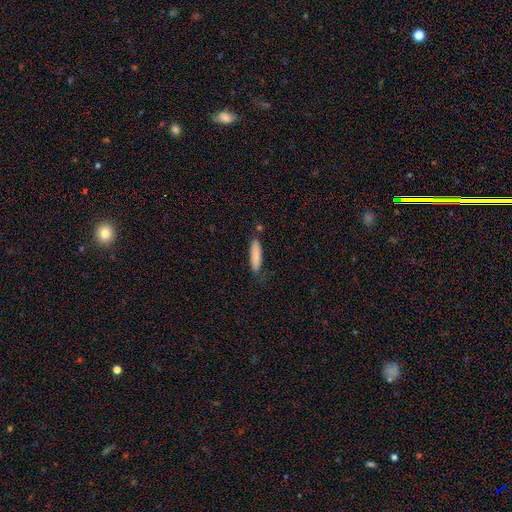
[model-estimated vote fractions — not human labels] Smooth or featured: smooth — 84% (featured or disk — 10%)
How rounded: cigar-shaped — 74% (in between — 25%)
Merging: none — 74% (minor disturbance — 19%)